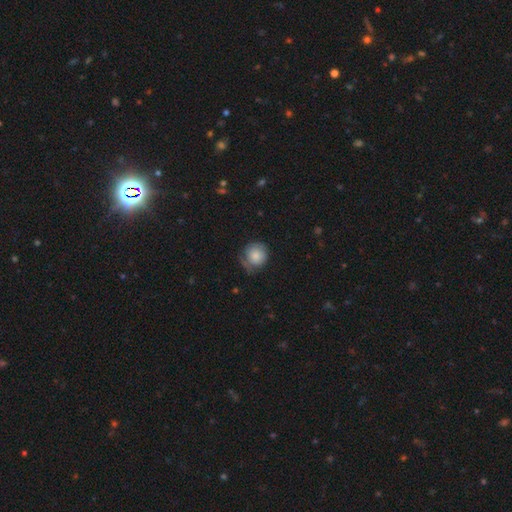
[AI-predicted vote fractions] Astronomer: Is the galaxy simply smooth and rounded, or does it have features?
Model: smooth — 72%.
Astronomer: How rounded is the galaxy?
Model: round — 89%.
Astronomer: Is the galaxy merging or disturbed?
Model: none — 58%.